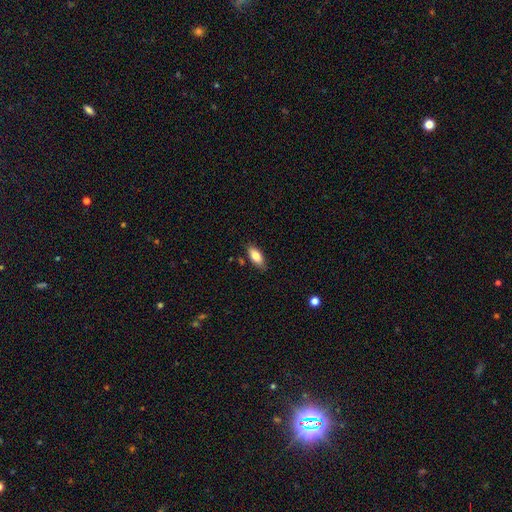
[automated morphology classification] Overall: smooth (78%). How rounded: in between (84%). Merging: none (83%).